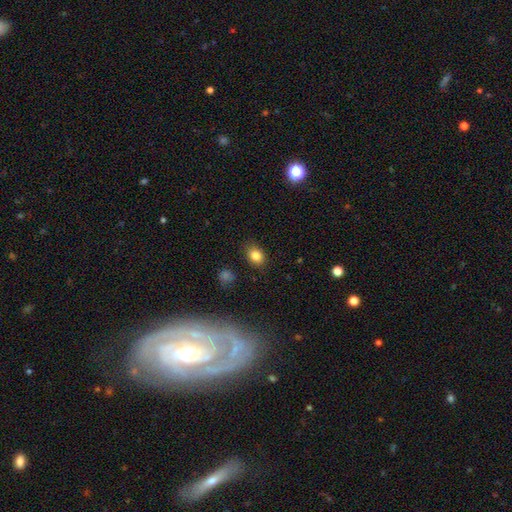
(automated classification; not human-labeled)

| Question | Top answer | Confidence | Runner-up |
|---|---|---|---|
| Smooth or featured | smooth | 82% | star or artifact (11%) |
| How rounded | in between | 65% | round (34%) |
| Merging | none | 84% | minor disturbance (12%) |